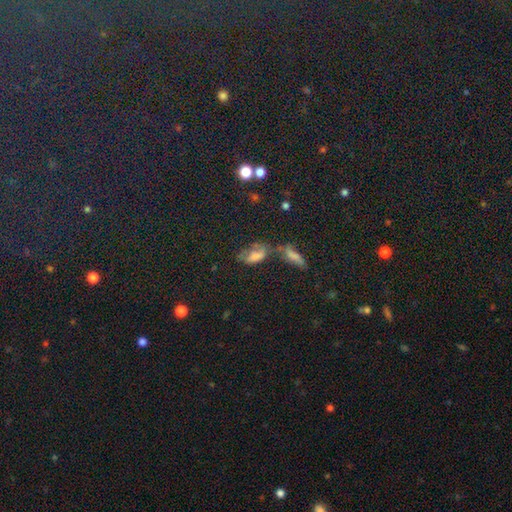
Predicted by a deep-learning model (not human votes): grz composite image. It shows a smooth galaxy with no disk features (43%). Merging: none (46%).